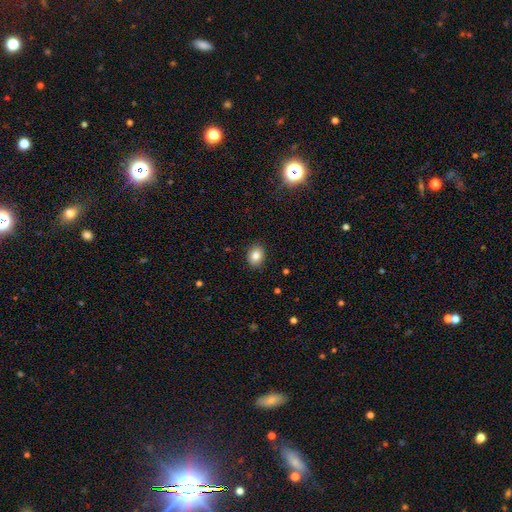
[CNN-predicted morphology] smooth 84%, star or artifact 10%, featured or disk 7%. Down the decision tree: how rounded — round (50%); merging — none (90%).